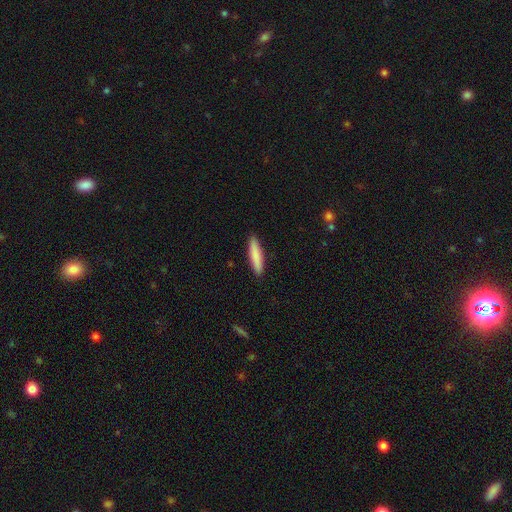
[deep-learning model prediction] Q: Smooth or featured?
A: smooth (84%); runner-up: featured or disk (11%)
Q: How rounded?
A: cigar-shaped (86%); runner-up: in between (12%)
Q: Merging?
A: none (91%); runner-up: minor disturbance (7%)